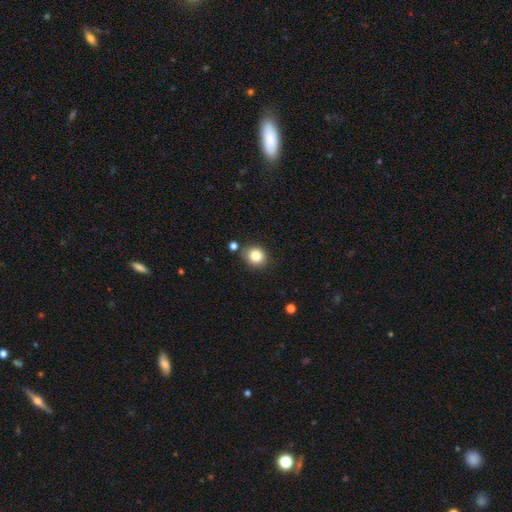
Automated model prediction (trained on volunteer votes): smooth 83%, star or artifact 10%, featured or disk 7%. Down the decision tree: how rounded — round (69%); merging — none (78%).